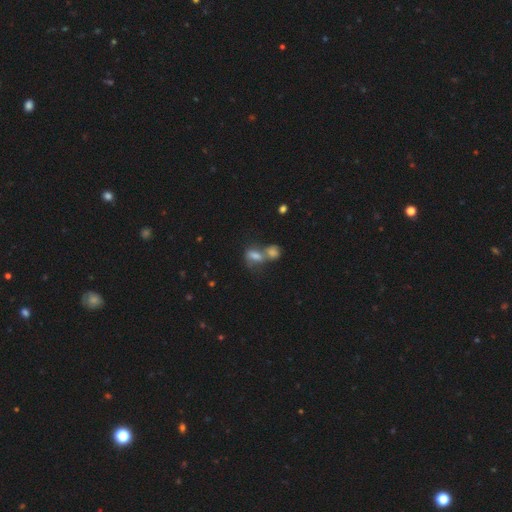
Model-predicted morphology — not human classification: Smooth or featured: smooth — 58% (featured or disk — 24%)
How rounded: in between — 73% (round — 21%)
Merging: merger — 62% (none — 22%)